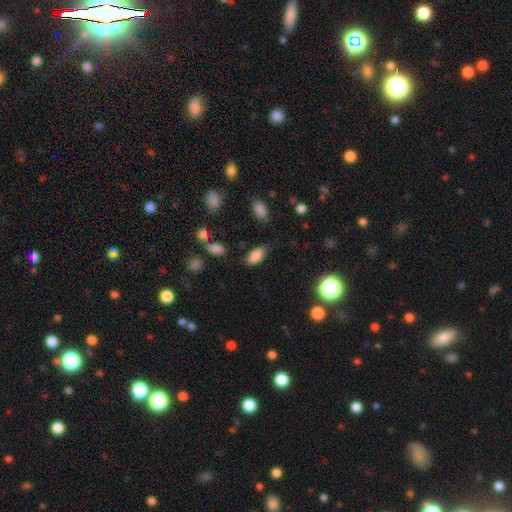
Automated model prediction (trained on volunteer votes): A smooth galaxy with no disk features (85%) that is in between round and cigar-shaped (92%). Merging: none (75%).